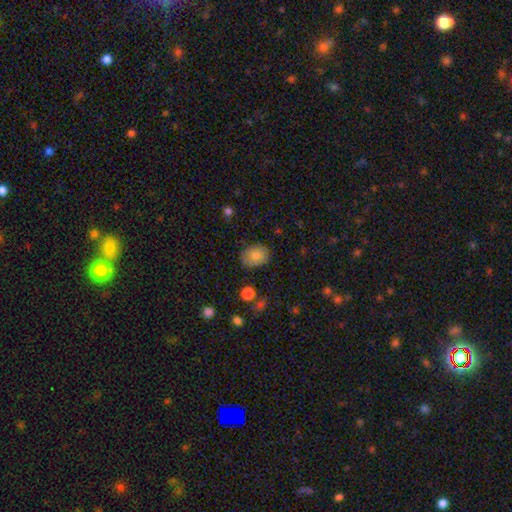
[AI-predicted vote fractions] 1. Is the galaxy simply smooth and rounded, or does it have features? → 79% smooth, 13% featured or disk, 8% star or artifact.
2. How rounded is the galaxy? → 65% in between, 34% round, 1% cigar-shaped.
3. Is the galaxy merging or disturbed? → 81% none, 15% minor disturbance, 3% major disturbance, 1% merger.